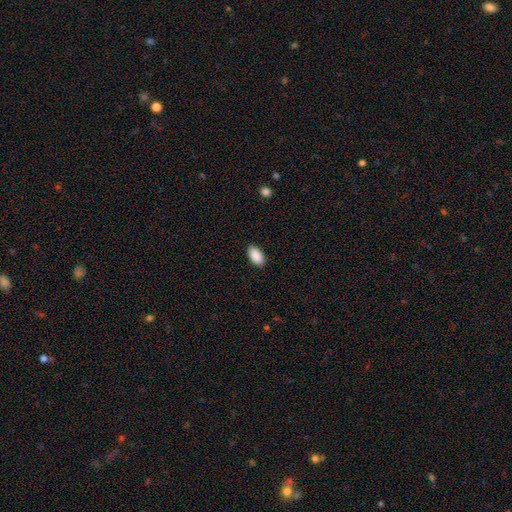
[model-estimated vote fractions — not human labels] smooth_or_featured: smooth (p=0.91) [alt: star or artifact p=0.06]
how_rounded: in between (p=0.95) [alt: round p=0.03]
merging: none (p=0.89) [alt: minor disturbance p=0.08]